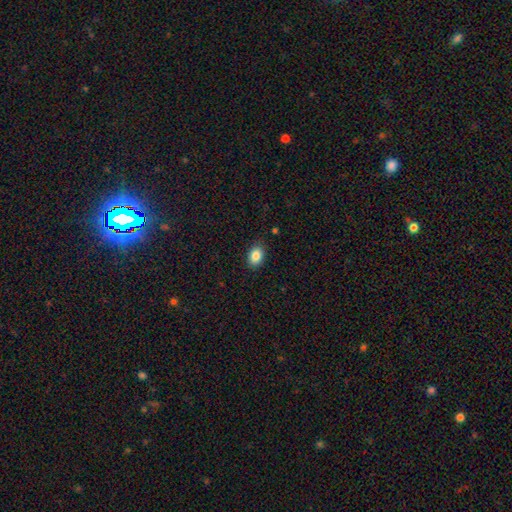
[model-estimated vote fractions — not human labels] smooth 86%, star or artifact 9%, featured or disk 5%. Down the decision tree: how rounded — in between (81%); merging — none (86%).